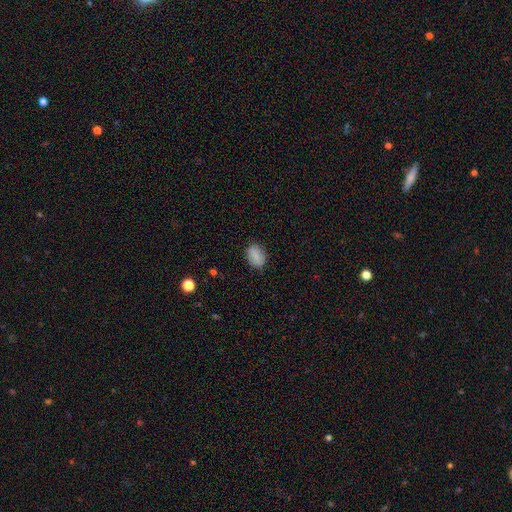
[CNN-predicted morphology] Smooth or featured?
  - smooth: 86% *
  - star or artifact: 8%
  - featured or disk: 6%
How rounded?
  - in between: 78% *
  - round: 20%
  - cigar-shaped: 2%
Merging?
  - none: 85% *
  - minor disturbance: 11%
  - major disturbance: 3%
  - merger: 1%